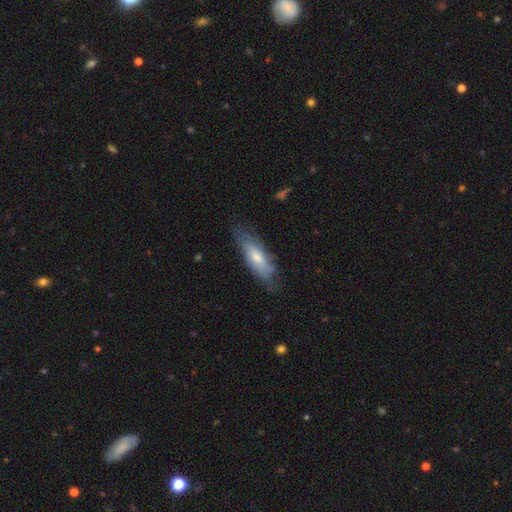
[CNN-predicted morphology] A smooth galaxy with no disk features (52%) that is cigar-shaped (49%, tied with in between).

Vote fractions:
- Smooth or featured? smooth: 52% / featured or disk: 42% / star or artifact: 6%
- How rounded? cigar-shaped: 49% (tied) / in between: 49% (tied) / round: 2%
- Merging? none: 72% / minor disturbance: 22% / major disturbance: 5% / merger: 1%